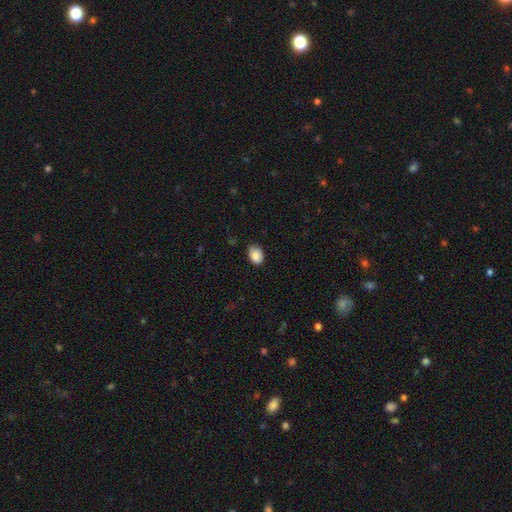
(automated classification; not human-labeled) This appears to be a smooth galaxy with no disk features (89%) that is in between round and cigar-shaped (75%). Merging: none (77%).